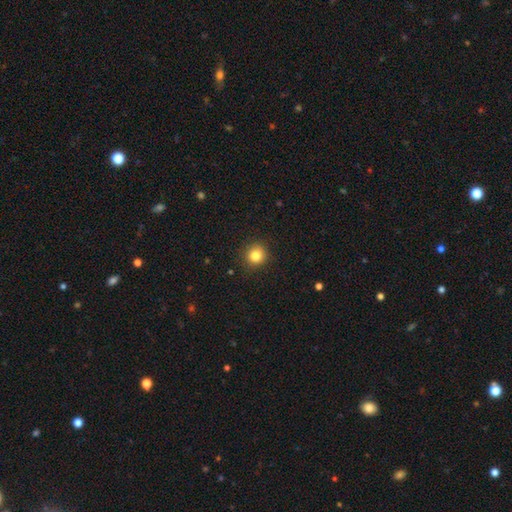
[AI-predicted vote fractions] A smooth galaxy with no disk features (83%) that is round (92%). Merging: none (90%).